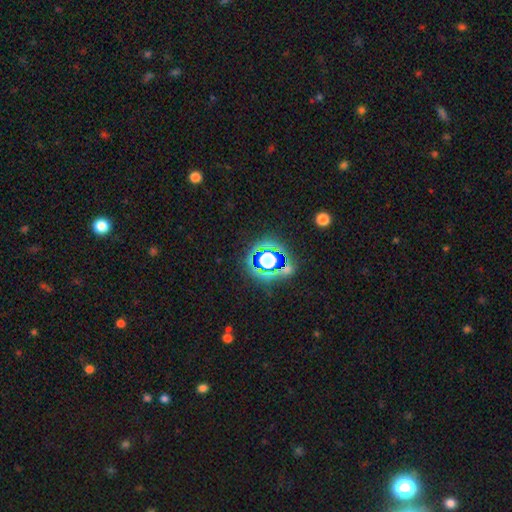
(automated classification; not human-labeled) A star or artifact, not a galaxy (67%).

Vote fractions:
- Smooth or featured? star or artifact: 67% / smooth: 22% / featured or disk: 11%